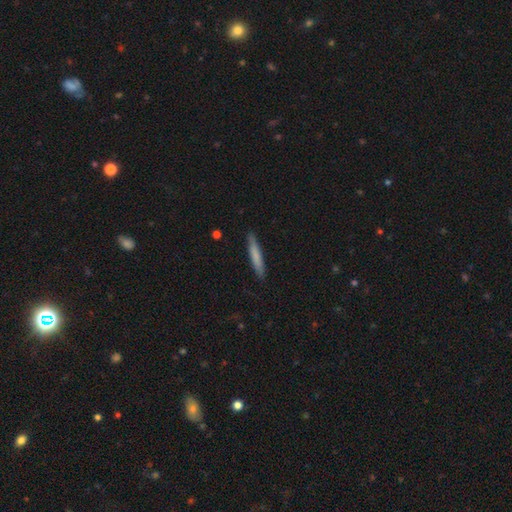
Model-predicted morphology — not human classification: A smooth galaxy with no disk features (73%) that is cigar-shaped (94%). Merging: none (88%).